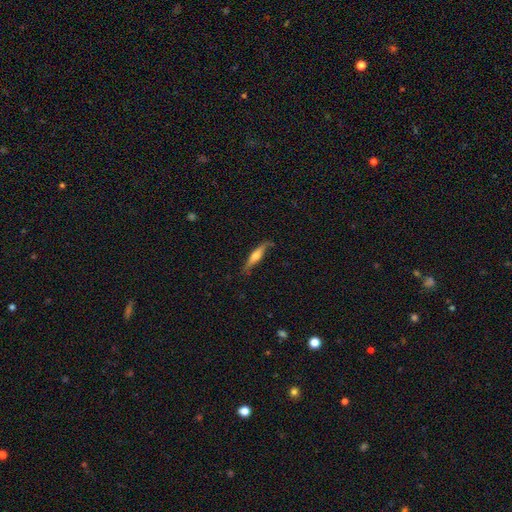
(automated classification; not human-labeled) Smooth or featured? featured or disk (51%)
Edge-on disk? yes (91%)
Merging? none (72%)